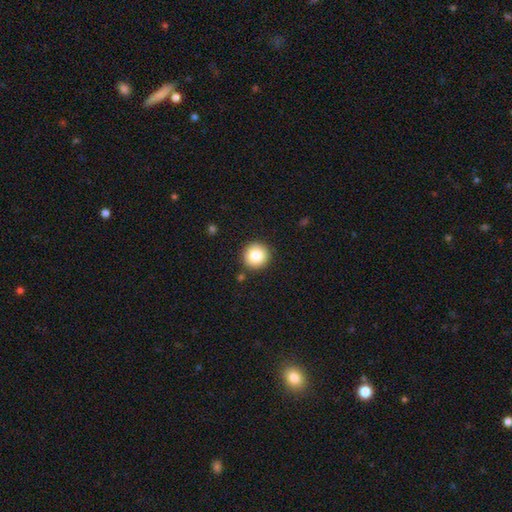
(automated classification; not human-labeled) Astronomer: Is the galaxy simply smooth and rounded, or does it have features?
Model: smooth — 83%.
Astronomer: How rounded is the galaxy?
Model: round — 95%.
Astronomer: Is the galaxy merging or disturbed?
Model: none — 90%.